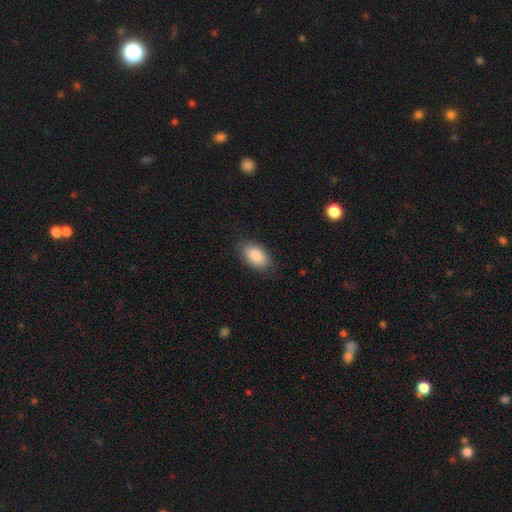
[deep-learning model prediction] The model was most divided on "merging": none: 84%, minor disturbance: 12%, major disturbance: 3%, merger: 1%. More confident: how rounded — in between (94%); smooth or featured — smooth (89%).